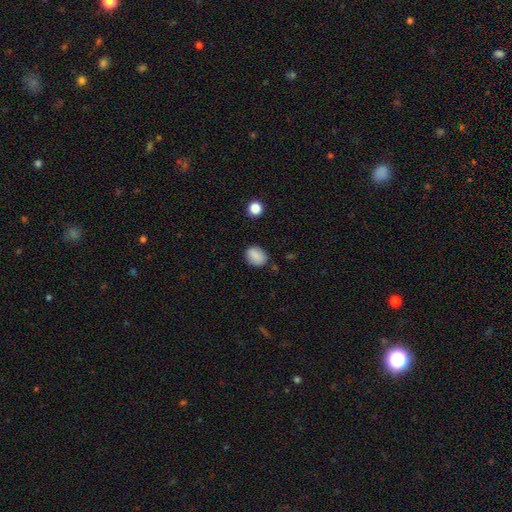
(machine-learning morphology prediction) Smooth or featured? Predicted: smooth (p=0.86). How rounded? Predicted: in between (p=0.60). Merging? Predicted: none (p=0.81).